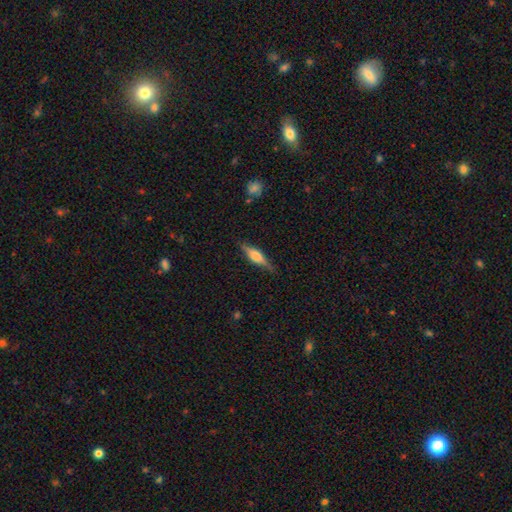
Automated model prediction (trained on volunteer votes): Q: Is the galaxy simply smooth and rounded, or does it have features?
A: featured or disk — 59%.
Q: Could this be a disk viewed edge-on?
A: yes — 96%.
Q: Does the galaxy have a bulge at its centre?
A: rounded — 74%.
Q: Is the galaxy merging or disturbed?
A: none — 84%.